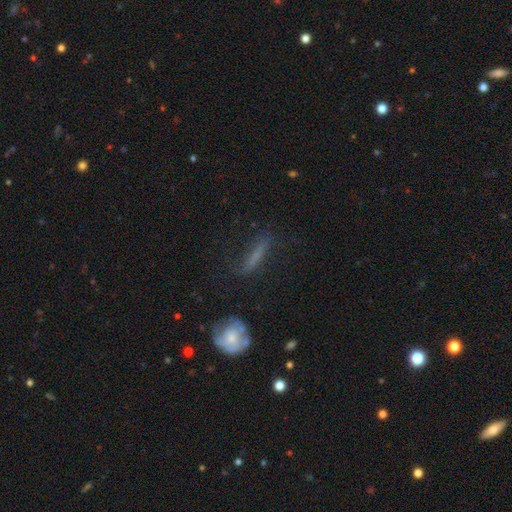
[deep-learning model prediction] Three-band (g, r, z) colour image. It shows a smooth galaxy with no disk features (51%) that is cigar-shaped (83%). Merging: none (64%).